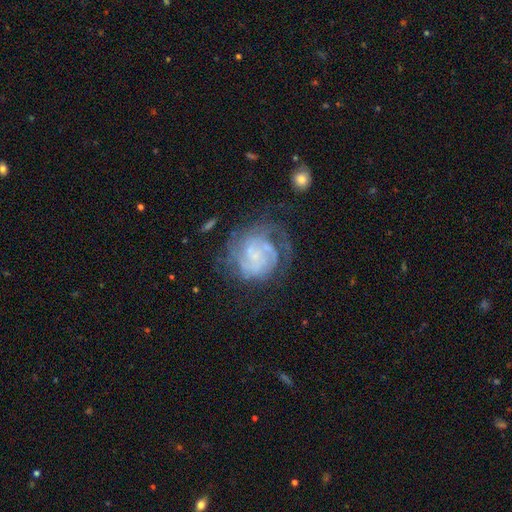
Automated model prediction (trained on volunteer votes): smooth_or_featured: featured or disk (p=0.77) [alt: smooth p=0.15]
disk_edge_on: no (p=0.98) [alt: yes p=0.02]
bar: no (p=0.70) [alt: weak p=0.25]
has_spiral_arms: yes (p=0.89) [alt: no p=0.11]
spiral_winding: tight (p=0.58) [alt: medium p=0.30]
spiral_arm_count: can't tell (p=0.40) [alt: 2 p=0.21]
bulge_size: small (p=0.54) [alt: none p=0.31]
merging: none (p=0.53) [alt: major disturbance p=0.24]